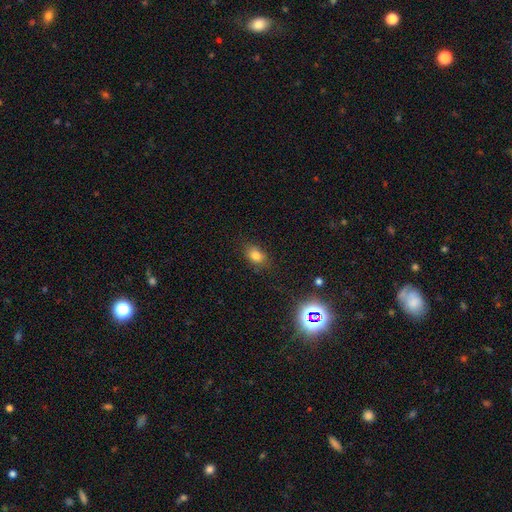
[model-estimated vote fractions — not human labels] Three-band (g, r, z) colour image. It shows a smooth galaxy with no disk features (77%) that is in between round and cigar-shaped (72%). Merging: none (81%).